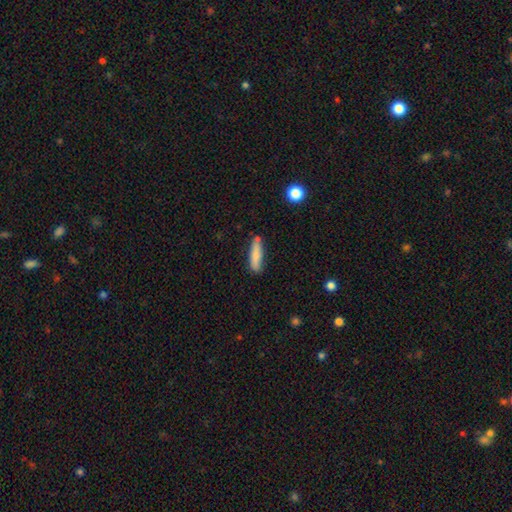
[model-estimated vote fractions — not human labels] The model was most divided on "how rounded": cigar-shaped: 70%, in between: 28%, round: 2%. More confident: smooth or featured — smooth (79%); merging — none (73%).